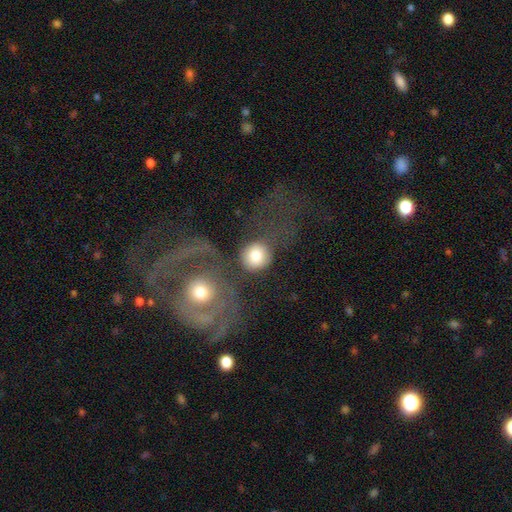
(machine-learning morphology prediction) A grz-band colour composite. It shows a smooth galaxy with no disk features (77%) that is round (87%). Merging: none (48%).